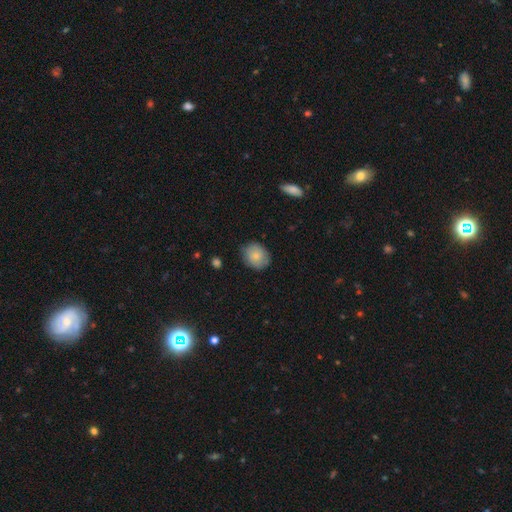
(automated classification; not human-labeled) smooth 80%, featured or disk 12%, star or artifact 7%. Down the decision tree: how rounded — round (62%); merging — none (79%).